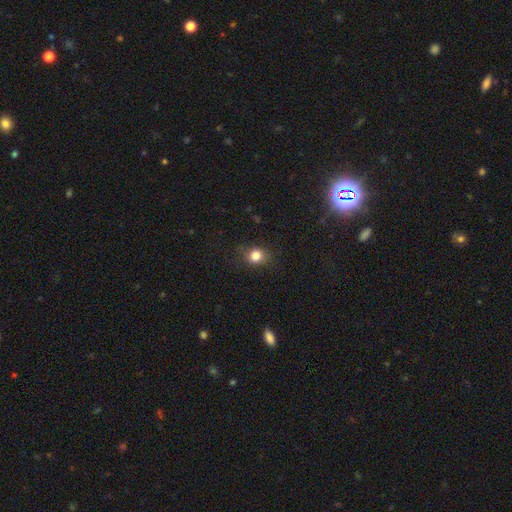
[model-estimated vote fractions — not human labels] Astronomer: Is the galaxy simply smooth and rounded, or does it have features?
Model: smooth — 82%.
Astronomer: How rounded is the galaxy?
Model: round — 75%.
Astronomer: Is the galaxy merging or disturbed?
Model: none — 82%.